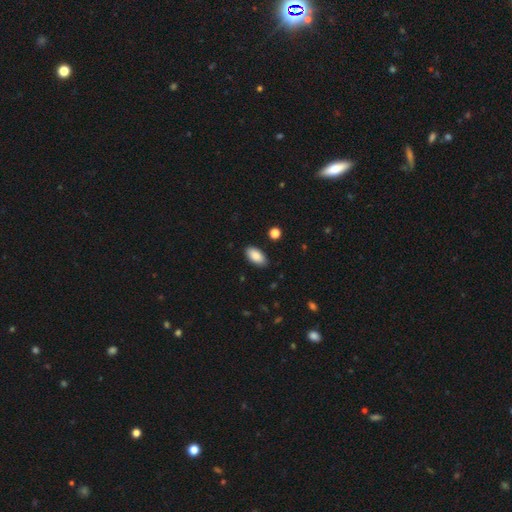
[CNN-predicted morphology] smooth_or_featured: smooth (p=0.87) [alt: star or artifact p=0.07]
how_rounded: in between (p=0.94) [alt: cigar-shaped p=0.04]
merging: none (p=0.87) [alt: minor disturbance p=0.09]